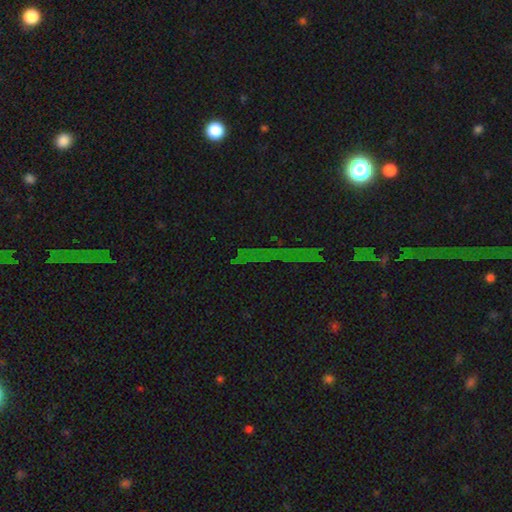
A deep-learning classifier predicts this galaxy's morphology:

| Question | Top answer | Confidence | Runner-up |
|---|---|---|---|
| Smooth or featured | star or artifact | 71% | smooth (16%) |